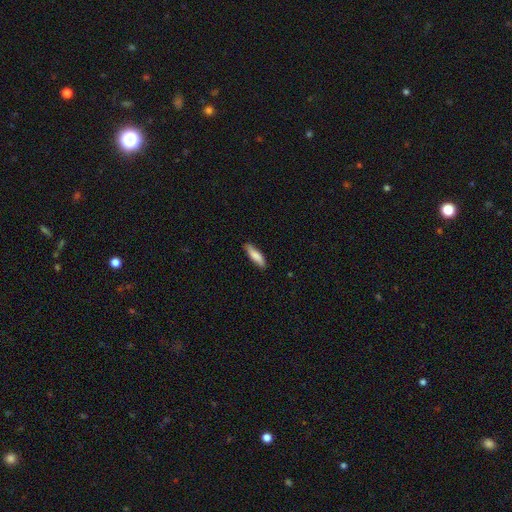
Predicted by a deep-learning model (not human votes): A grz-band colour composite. It shows a smooth galaxy with no disk features (82%) that is cigar-shaped (66%). Merging: none (83%).